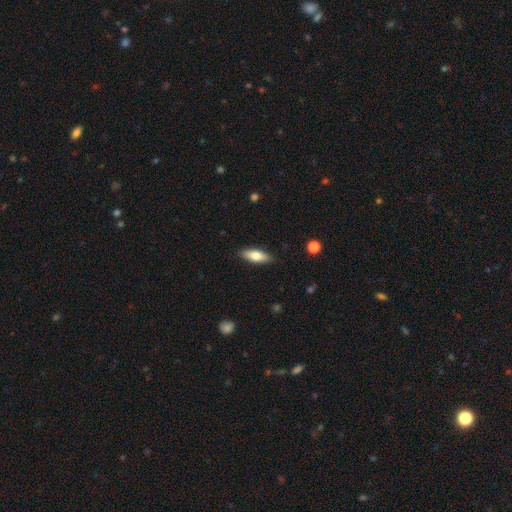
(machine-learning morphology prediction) smooth-or-featured: smooth: 71% | featured or disk: 23% | star or artifact: 6%
  how-rounded: in between: 64% | cigar-shaped: 34% | round: 2%
  merging: none: 87% | minor disturbance: 10% | major disturbance: 2% | merger: 1%